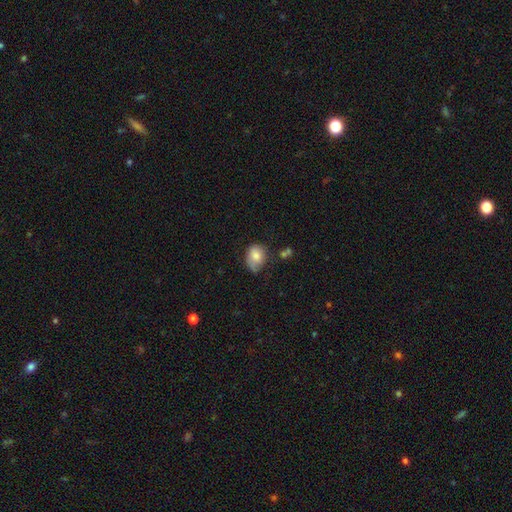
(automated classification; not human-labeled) smooth 78%, featured or disk 14%, star or artifact 8%. Down the decision tree: how rounded — in between (61%); merging — none (46%).